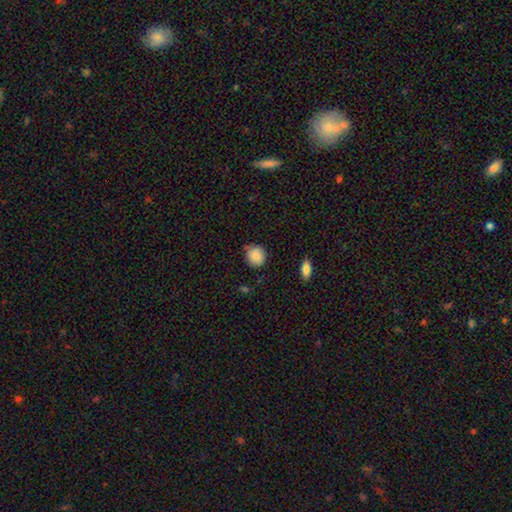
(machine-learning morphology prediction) The model was most divided on "merging": none: 71%, minor disturbance: 23%, major disturbance: 4%, merger: 2%. More confident: smooth or featured — smooth (86%); how rounded — round (82%).